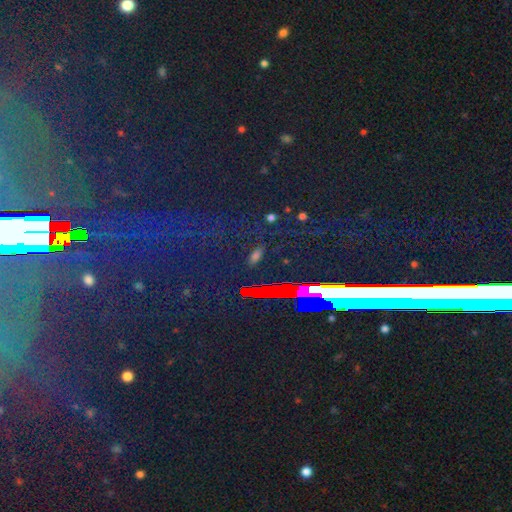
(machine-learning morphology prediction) smooth_or_featured: star or artifact (p=0.59) [alt: smooth p=0.31]